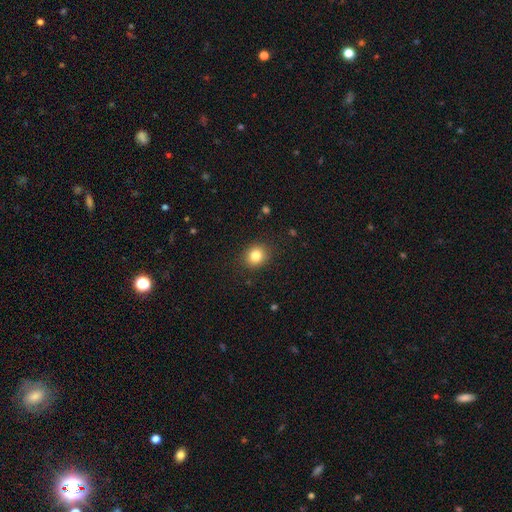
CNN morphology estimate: Smooth or featured: smooth — 82% (star or artifact — 11%)
How rounded: round — 72% (in between — 27%)
Merging: none — 89% (minor disturbance — 8%)